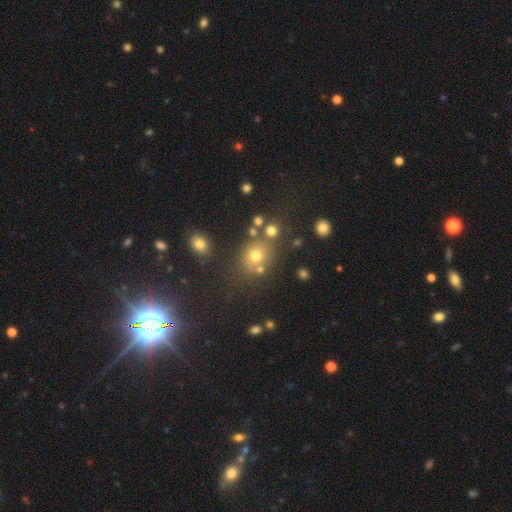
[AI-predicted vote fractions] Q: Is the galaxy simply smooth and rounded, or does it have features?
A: smooth — 53%.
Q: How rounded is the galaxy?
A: round — 74%.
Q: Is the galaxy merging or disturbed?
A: none — 69%.